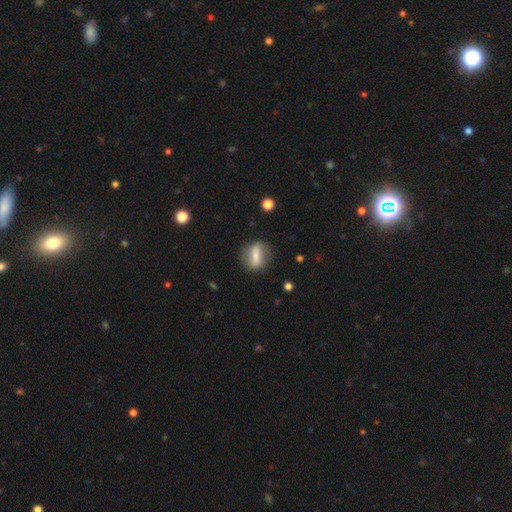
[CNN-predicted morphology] Smooth or featured? Predicted: smooth (p=0.51). How rounded? Predicted: in between (p=0.53). Merging? Predicted: none (p=0.80).